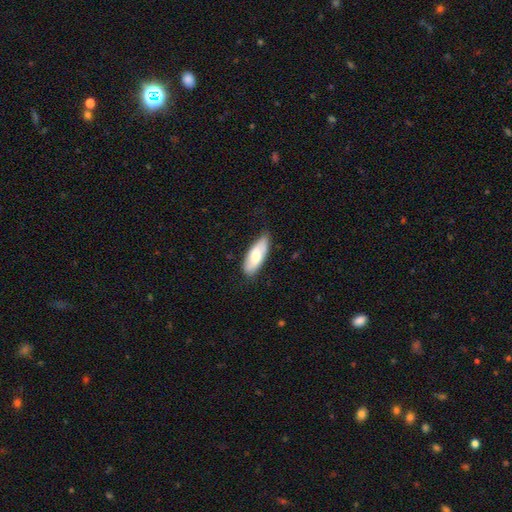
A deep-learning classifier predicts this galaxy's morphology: Smooth or featured? Predicted: smooth (p=0.66). How rounded? Predicted: in between (p=0.75). Merging? Predicted: none (p=0.73).